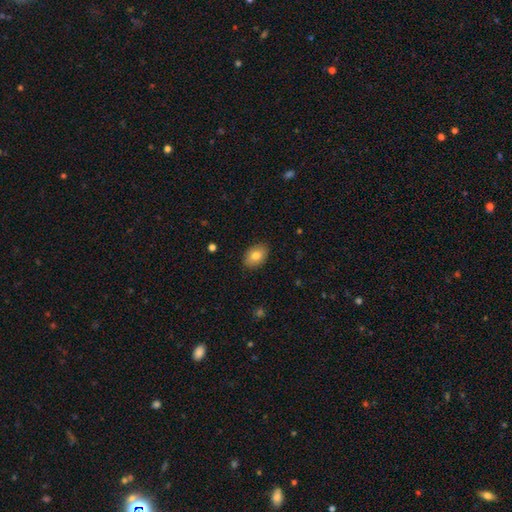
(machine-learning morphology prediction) The model was most divided on "how rounded": in between: 82%, round: 16%, cigar-shaped: 1%. More confident: merging — none (88%); smooth or featured — smooth (81%).